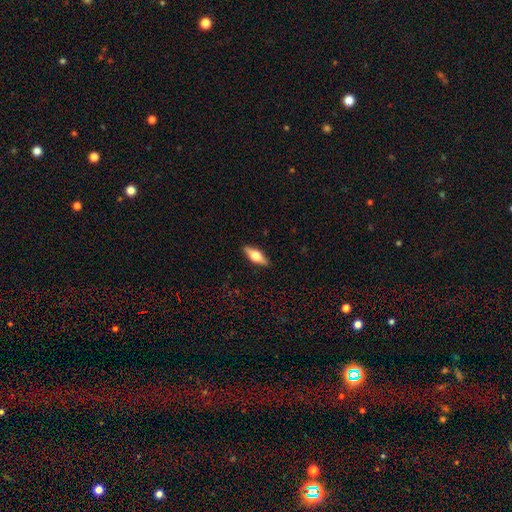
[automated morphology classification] Smooth or featured? smooth (50%)
Merging? none (89%)